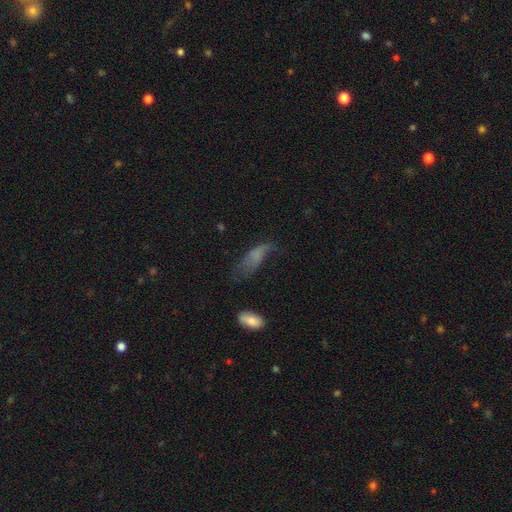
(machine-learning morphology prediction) This is possibly a smooth galaxy (59%). How rounded: likely in between (70%). Merging: marginally major disturbance (37%).